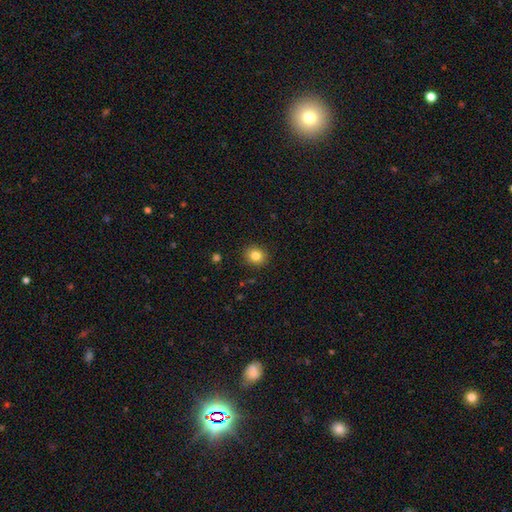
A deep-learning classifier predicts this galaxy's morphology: Smooth or featured? Predicted: smooth (p=0.83). How rounded? Predicted: round (p=0.80). Merging? Predicted: none (p=0.90).